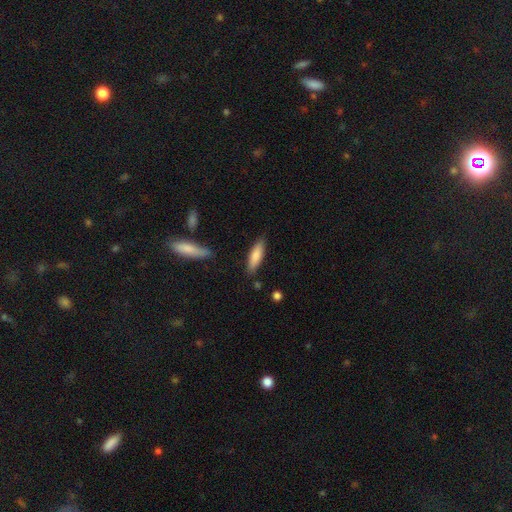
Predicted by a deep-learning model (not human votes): Smooth or featured? Predicted: smooth (p=0.79). How rounded? Predicted: cigar-shaped (p=0.56). Merging? Predicted: none (p=0.84).